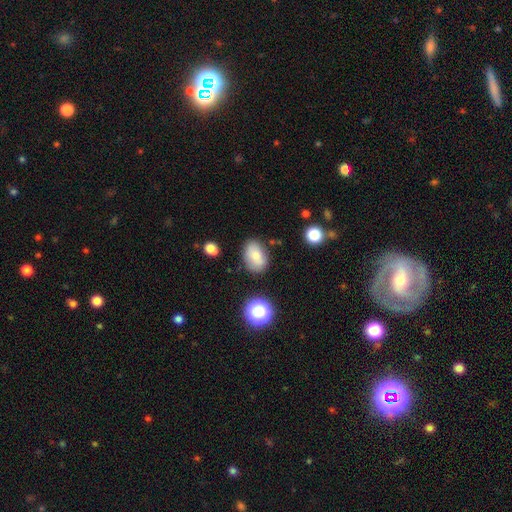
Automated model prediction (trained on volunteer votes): A smooth galaxy with no disk features (72%) that is in between round and cigar-shaped (80%).

Vote fractions:
- Smooth or featured? smooth: 72% / featured or disk: 18% / star or artifact: 10%
- How rounded? in between: 80% / round: 19% / cigar-shaped: 1%
- Merging? none: 76% / minor disturbance: 16% / major disturbance: 4% / merger: 4%